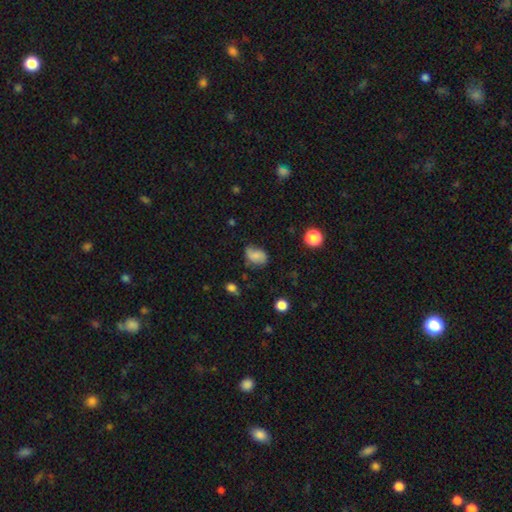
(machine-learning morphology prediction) The model was most divided on "merging": none: 55%, minor disturbance: 31%, major disturbance: 11%, merger: 3%. More confident: how rounded — in between (78%); smooth or featured — smooth (65%).